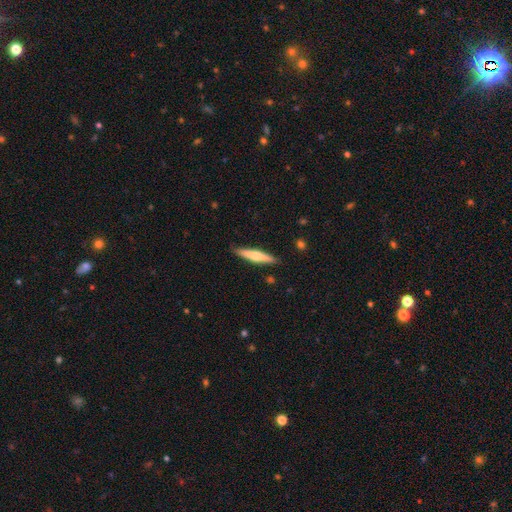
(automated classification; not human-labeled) A smooth galaxy with no disk features (48%). Merging: none (89%).